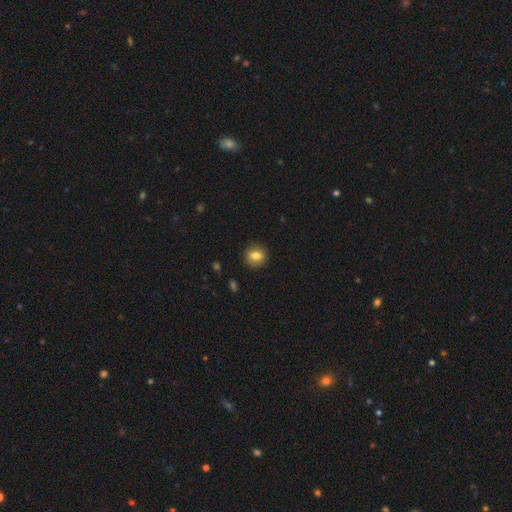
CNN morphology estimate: This appears to be a smooth galaxy with no disk features (80%) that is round (83%). Merging: none (90%).